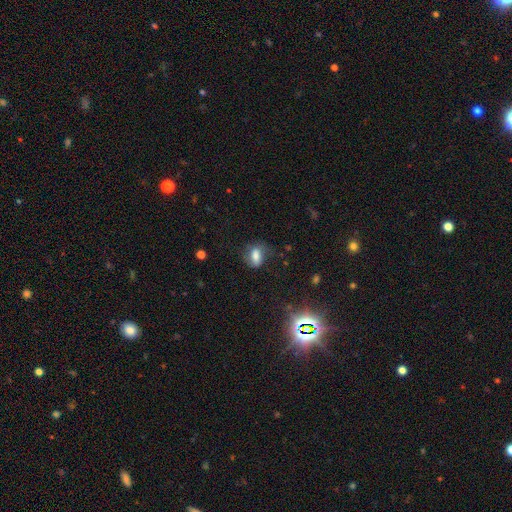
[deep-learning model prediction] Smooth or featured?
  - smooth: 70% *
  - featured or disk: 18%
  - star or artifact: 12%
How rounded?
  - in between: 79% *
  - round: 16%
  - cigar-shaped: 5%
Merging?
  - none: 60% *
  - minor disturbance: 25%
  - major disturbance: 13%
  - merger: 2%